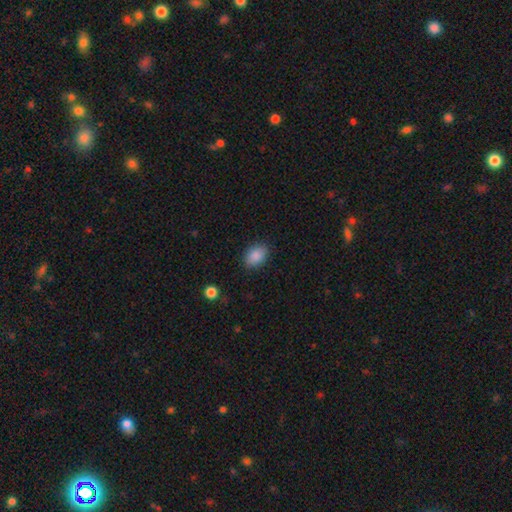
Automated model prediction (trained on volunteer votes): Q: Smooth or featured?
A: smooth (88%); runner-up: star or artifact (8%)
Q: How rounded?
A: in between (79%); runner-up: round (20%)
Q: Merging?
A: none (86%); runner-up: minor disturbance (10%)